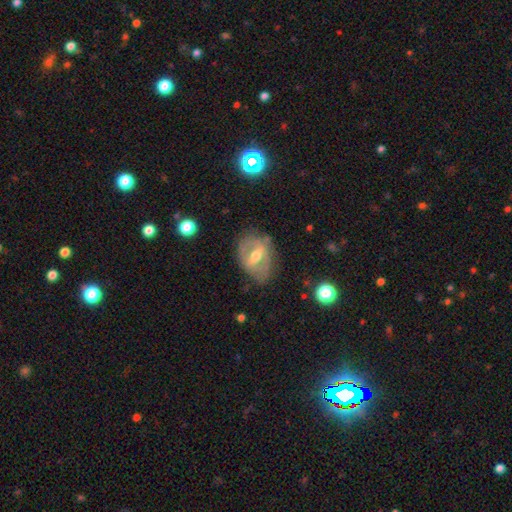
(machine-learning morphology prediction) featured or disk 68%, smooth 25%, star or artifact 8%. Down the decision tree: edge-on disk — no (92%); bar — strong (42%); spiral arms — no (57%); bulge size — moderate (70%); merging — none (65%).